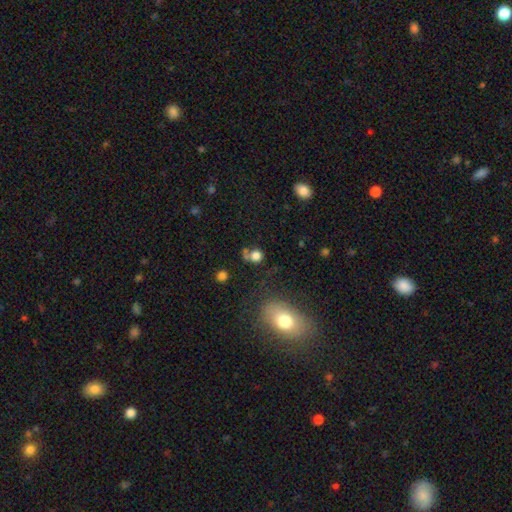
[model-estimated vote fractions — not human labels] A smooth galaxy with no disk features (77%) that is round (80%). Merging: none (55%).